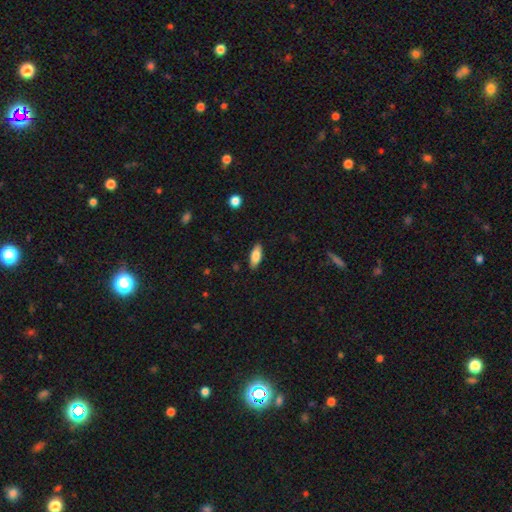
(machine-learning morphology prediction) Overall: smooth (80%). How rounded: in between (77%). Merging: none (88%).